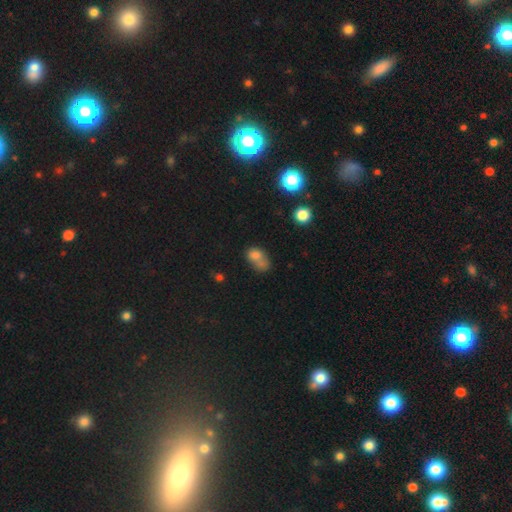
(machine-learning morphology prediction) This appears to be a smooth galaxy with no disk features (72%) that is in between round and cigar-shaped (72%). Merging: merger (49%).